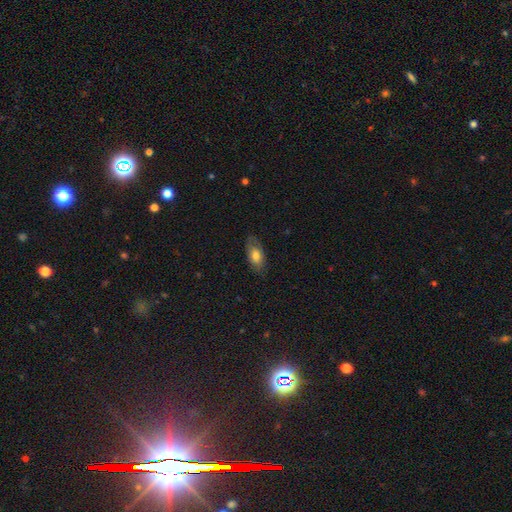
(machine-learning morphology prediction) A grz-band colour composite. It shows a smooth galaxy with no disk features (67%) that is in between round and cigar-shaped (88%). Merging: none (73%).